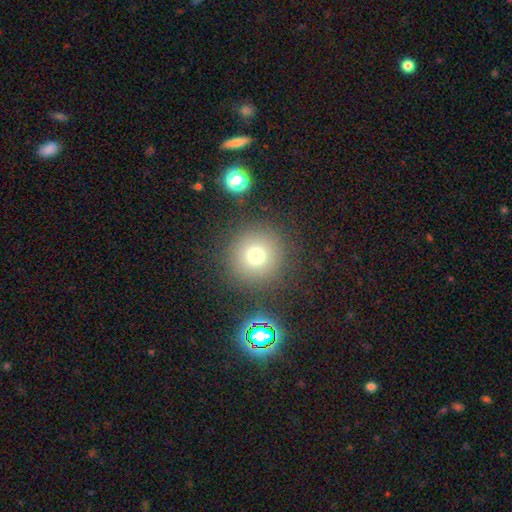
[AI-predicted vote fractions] Morphology: type=smooth (72%); roundness=round (95%); merging=none (86%).